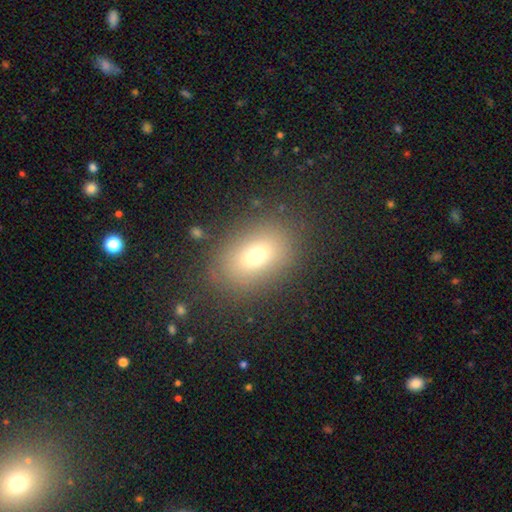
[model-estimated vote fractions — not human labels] smooth_or_featured: smooth (p=0.70) [alt: featured or disk p=0.15]
how_rounded: in between (p=0.75) [alt: round p=0.23]
merging: none (p=0.83) [alt: minor disturbance p=0.10]